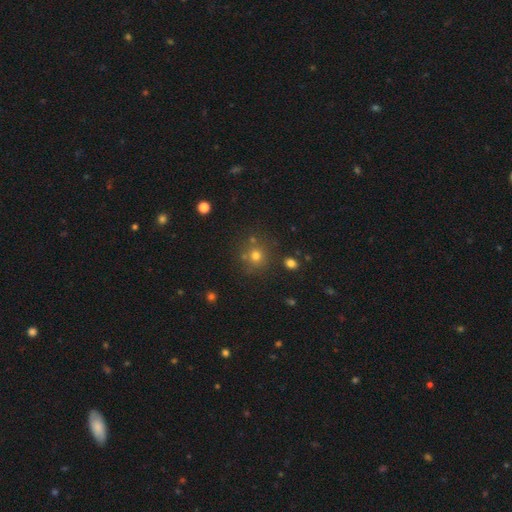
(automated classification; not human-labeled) Smooth or featured? Predicted: smooth (p=0.72). How rounded? Predicted: round (p=0.89). Merging? Predicted: none (p=0.76).